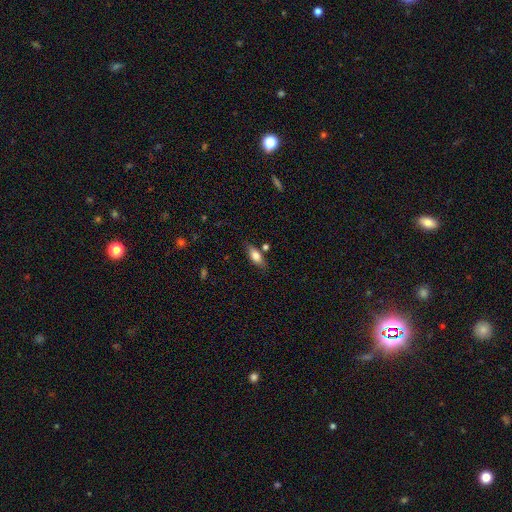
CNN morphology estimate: smooth_or_featured: smooth (p=0.75) [alt: featured or disk p=0.18]
how_rounded: in between (p=0.76) [alt: cigar-shaped p=0.20]
merging: none (p=0.74) [alt: minor disturbance p=0.15]